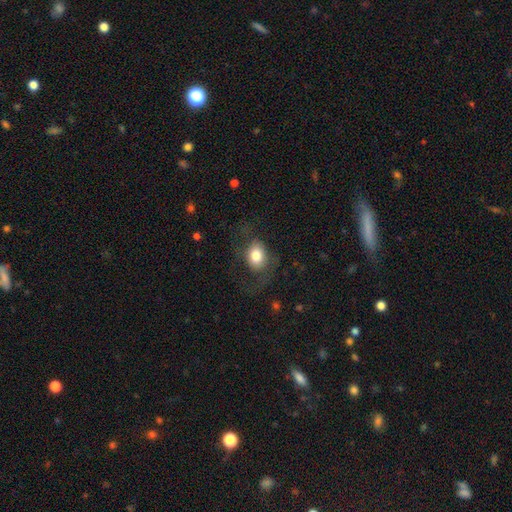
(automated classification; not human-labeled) smooth-or-featured: smooth: 75% | featured or disk: 17% | star or artifact: 8%
  how-rounded: in between: 65% | round: 34% | cigar-shaped: 1%
  merging: none: 56% | major disturbance: 23% | minor disturbance: 19% | merger: 2%